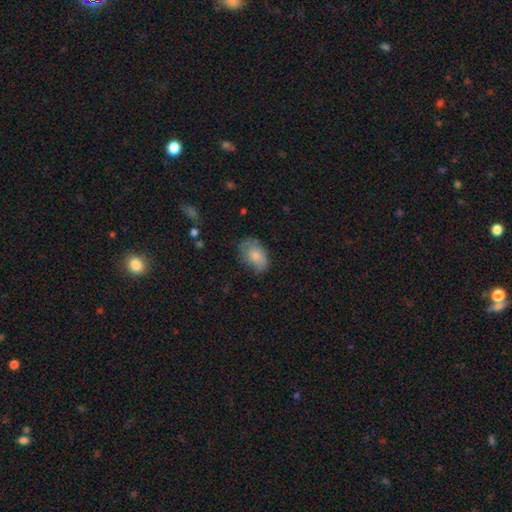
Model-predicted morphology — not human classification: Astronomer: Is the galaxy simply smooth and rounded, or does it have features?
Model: smooth — 78%.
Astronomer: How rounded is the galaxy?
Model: in between — 87%.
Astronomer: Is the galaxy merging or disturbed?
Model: none — 60%.